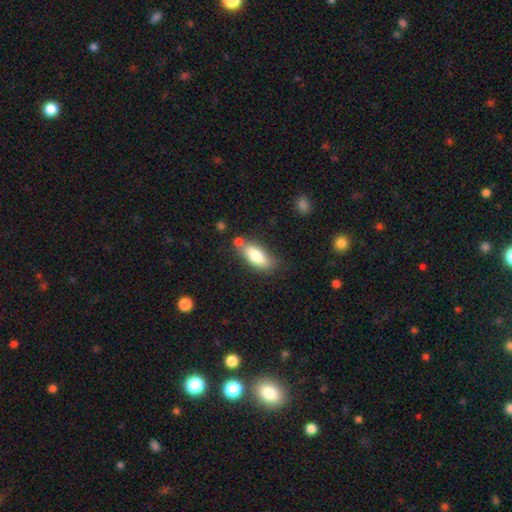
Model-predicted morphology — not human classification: Smooth or featured: smooth — 79% (featured or disk — 14%)
How rounded: in between — 76% (cigar-shaped — 21%)
Merging: none — 65% (minor disturbance — 17%)